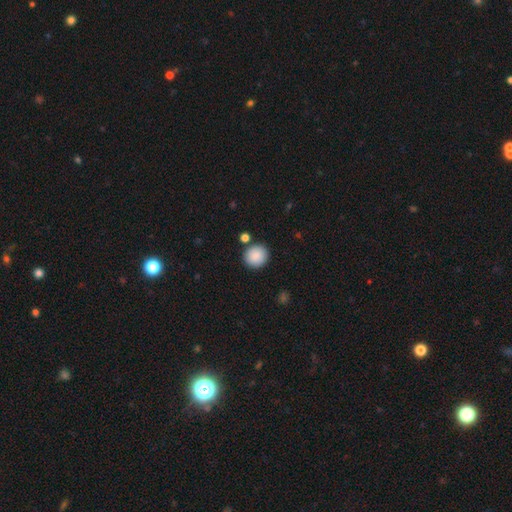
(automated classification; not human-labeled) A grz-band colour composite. It shows a smooth galaxy with no disk features (88%) that is round (89%). Merging: none (86%).